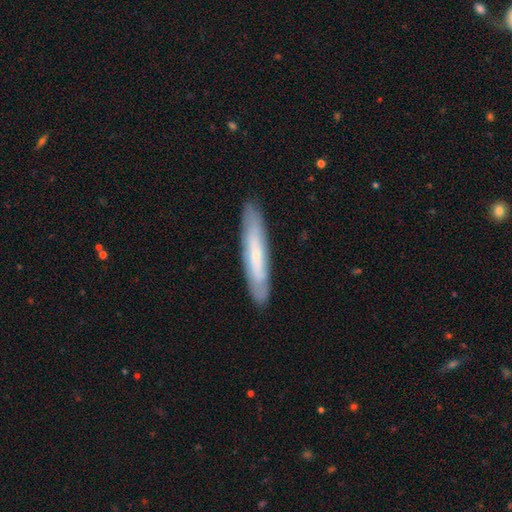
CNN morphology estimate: smooth-or-featured: featured or disk: 50% | smooth: 44% | star or artifact: 7%
  merging: none: 87% | minor disturbance: 10% | major disturbance: 2% | merger: 1%